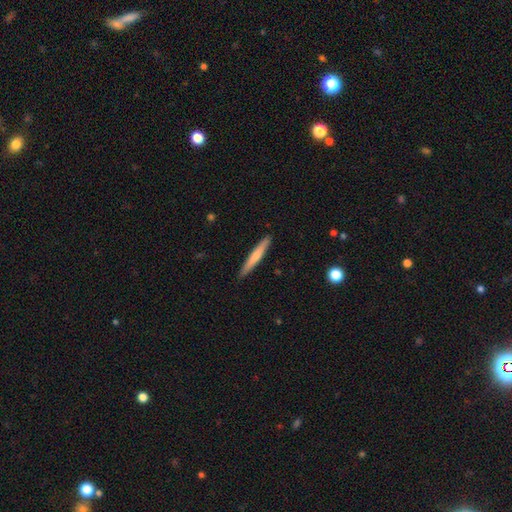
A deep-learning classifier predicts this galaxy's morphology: The model was most divided on "smooth or featured": smooth: 64%, featured or disk: 31%, star or artifact: 5%. More confident: how rounded — cigar-shaped (96%); merging — none (90%).